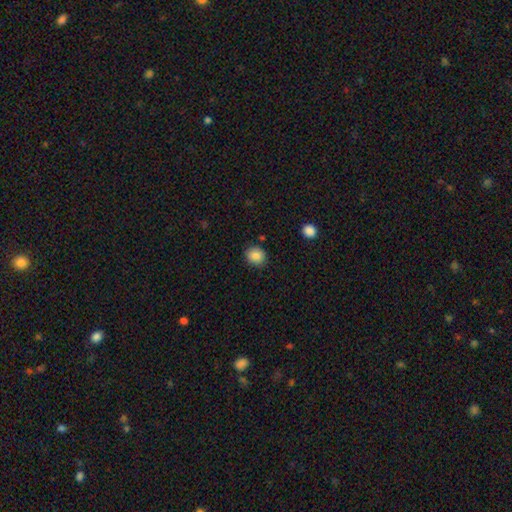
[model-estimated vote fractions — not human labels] A smooth galaxy with no disk features (87%) that is round (78%).

Vote fractions:
- Smooth or featured? smooth: 87% / star or artifact: 9% / featured or disk: 4%
- How rounded? round: 78% / in between: 21% / cigar-shaped: 1%
- Merging? none: 86% / minor disturbance: 9% / major disturbance: 2% / merger: 2%